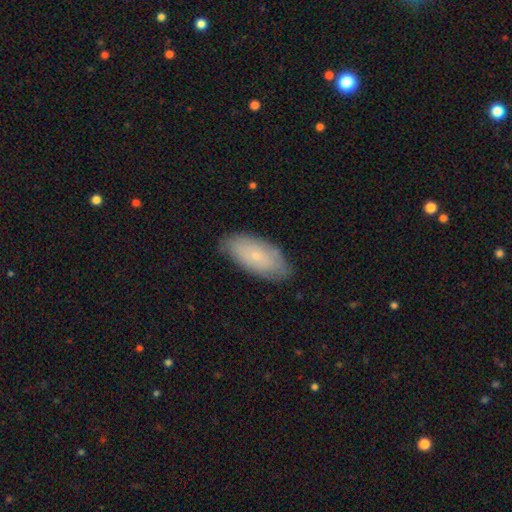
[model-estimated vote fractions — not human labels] The model was most divided on "smooth or featured": smooth: 65%, featured or disk: 29%, star or artifact: 7%. More confident: how rounded — in between (90%); merging — none (79%).